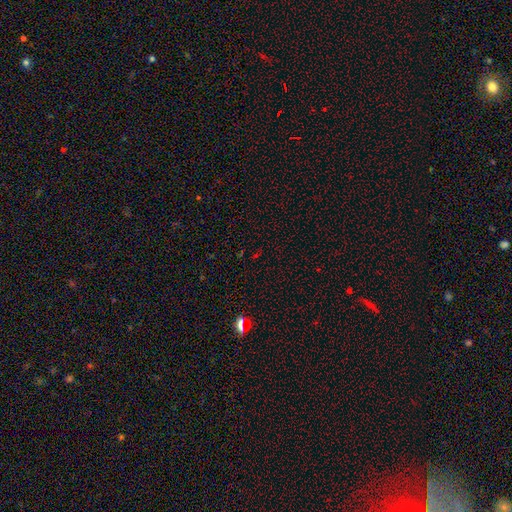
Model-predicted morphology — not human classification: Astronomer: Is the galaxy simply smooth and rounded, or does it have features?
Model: star or artifact — 69%.